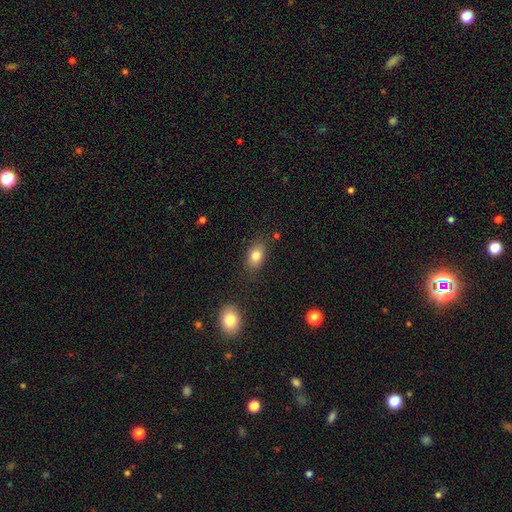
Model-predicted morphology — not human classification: type=smooth (81%); roundness=in between (85%); merging=none (81%).